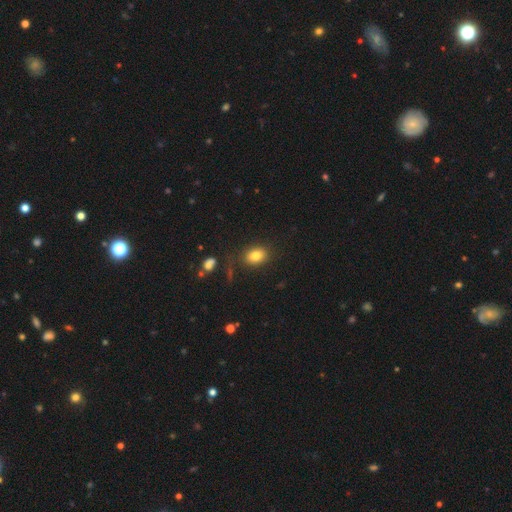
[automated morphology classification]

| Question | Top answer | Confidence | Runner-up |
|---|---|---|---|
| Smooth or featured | smooth | 82% | star or artifact (10%) |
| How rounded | in between | 69% | round (30%) |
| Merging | none | 82% | minor disturbance (11%) |